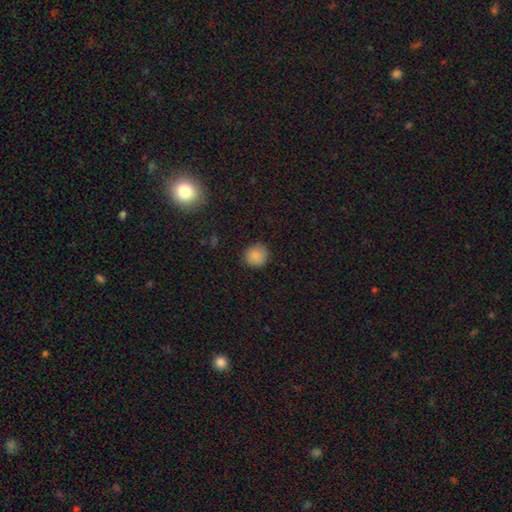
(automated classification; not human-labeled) smooth-or-featured: smooth: 86% | star or artifact: 10% | featured or disk: 4%
  how-rounded: round: 91% | in between: 8% | cigar-shaped: 1%
  merging: none: 89% | minor disturbance: 8% | major disturbance: 2% | merger: 1%